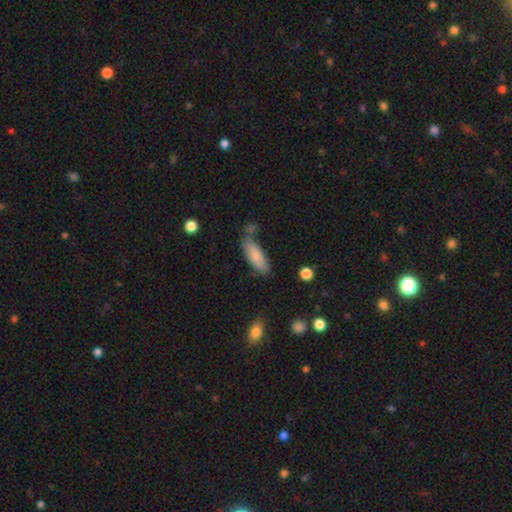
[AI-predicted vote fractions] The model was most divided on "how rounded": in between: 65%, cigar-shaped: 33%, round: 2%. More confident: smooth or featured — smooth (83%); merging — none (65%).